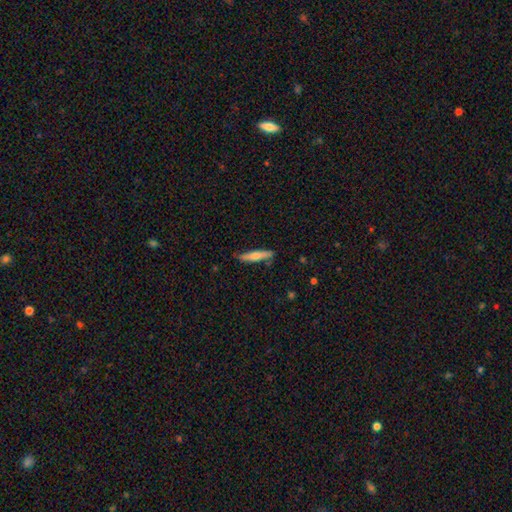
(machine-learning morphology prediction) This appears to be a smooth galaxy with no disk features (56%) that is cigar-shaped (88%). Merging: none (84%).